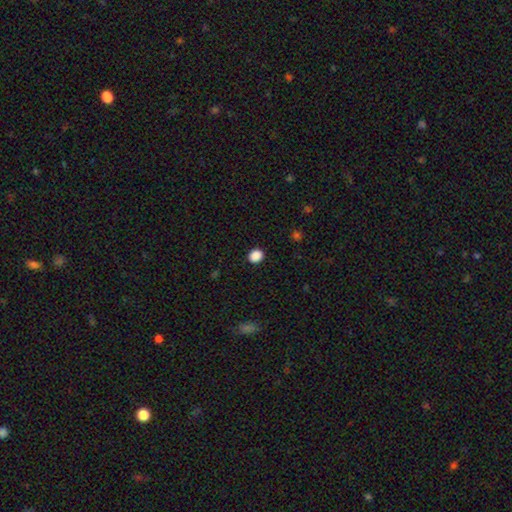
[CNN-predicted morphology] Smooth or featured? Predicted: smooth (p=0.88). How rounded? Predicted: round (p=0.64). Merging? Predicted: none (p=0.90).